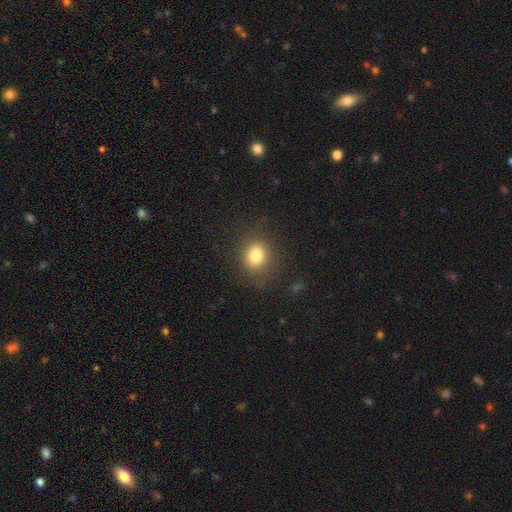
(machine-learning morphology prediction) Q: Smooth or featured?
A: smooth (79%); runner-up: star or artifact (12%)
Q: How rounded?
A: round (60%); runner-up: in between (39%)
Q: Merging?
A: none (79%); runner-up: minor disturbance (14%)